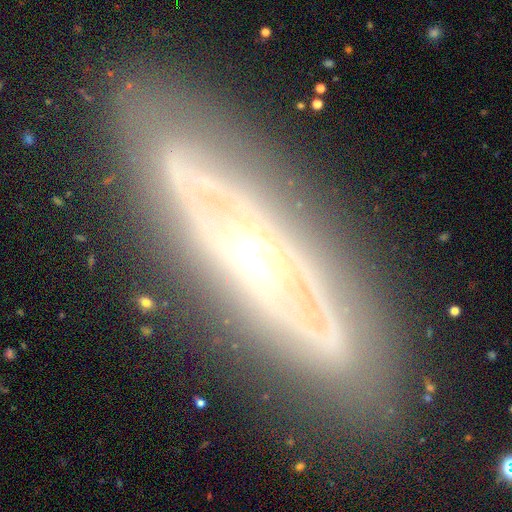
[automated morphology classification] Smooth or featured? Predicted: featured or disk (p=0.83). Edge-on disk? Predicted: no (p=0.60). Merging? Predicted: none (p=0.78).